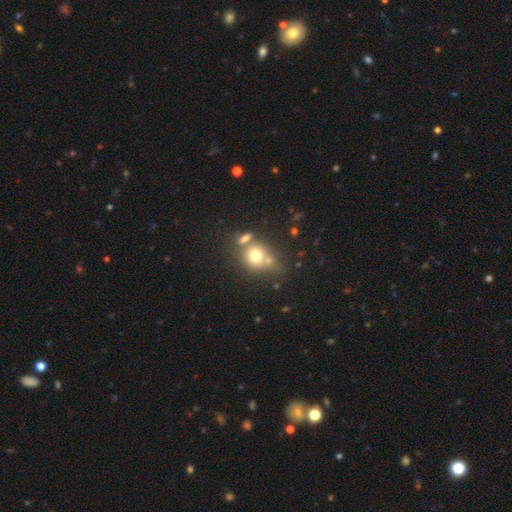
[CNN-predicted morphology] A smooth galaxy with no disk features (70%) that is round (73%). Merging: none (45%).